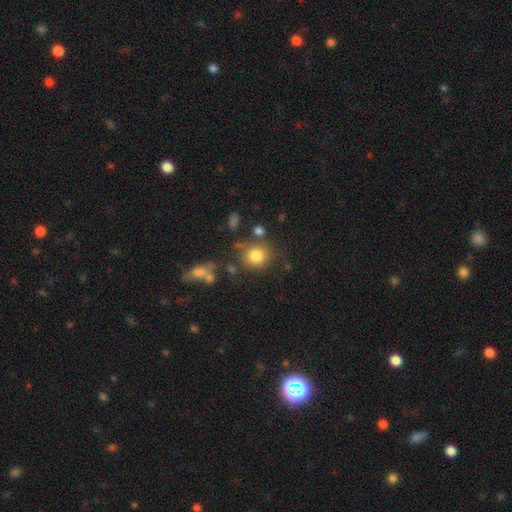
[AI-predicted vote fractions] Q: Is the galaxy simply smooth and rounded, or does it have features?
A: smooth — 81%.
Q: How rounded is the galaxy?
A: round — 79%.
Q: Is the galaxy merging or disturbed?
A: none — 73%.